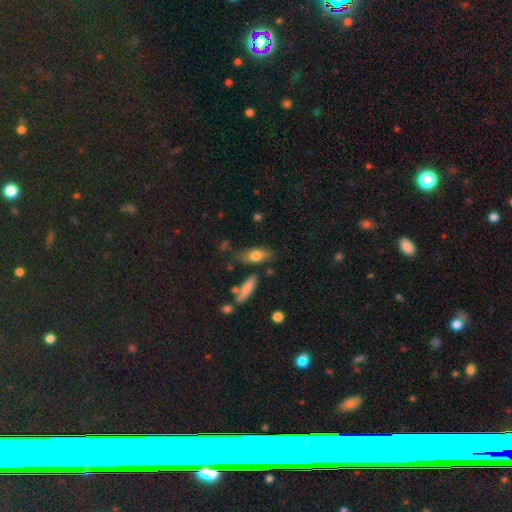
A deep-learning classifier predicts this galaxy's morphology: This is likely a smooth galaxy (74%). How rounded: likely in between (75%). Merging: likely none (69%).